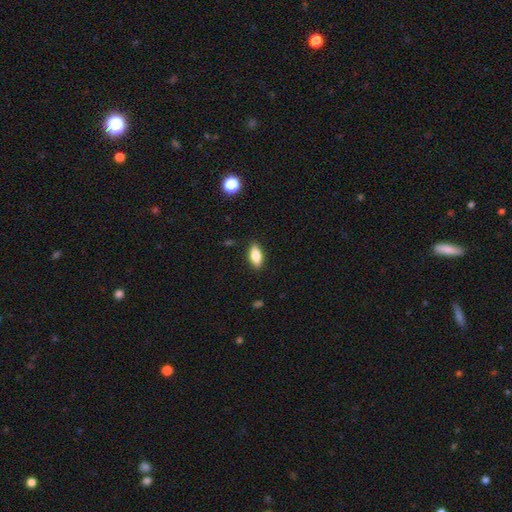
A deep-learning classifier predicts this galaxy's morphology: Smooth or featured? Predicted: smooth (p=0.75). How rounded? Predicted: in between (p=0.82). Merging? Predicted: none (p=0.88).